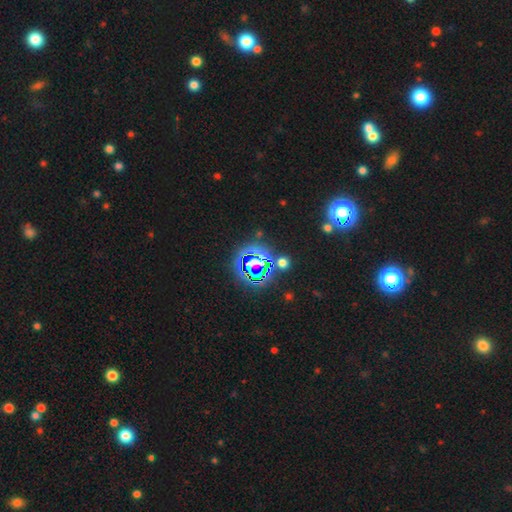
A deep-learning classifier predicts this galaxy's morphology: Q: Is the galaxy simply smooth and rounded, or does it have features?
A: star or artifact — 80%.